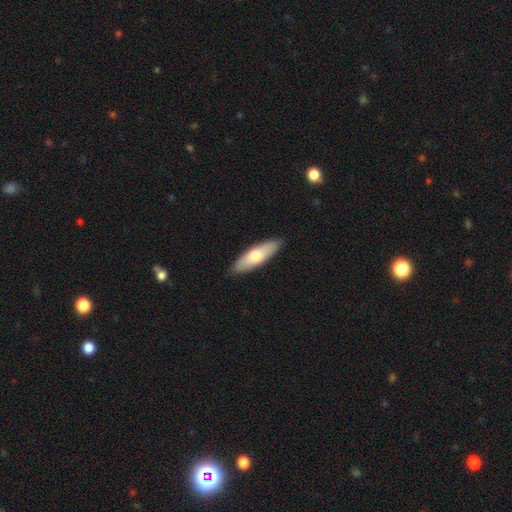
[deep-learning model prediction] A smooth galaxy with no disk features (70%) that is in between round and cigar-shaped (50%).

Vote fractions:
- Smooth or featured? smooth: 70% / featured or disk: 25% / star or artifact: 5%
- How rounded? in between: 50% / cigar-shaped: 48% / round: 2%
- Merging? none: 88% / minor disturbance: 9% / major disturbance: 2% / merger: 1%